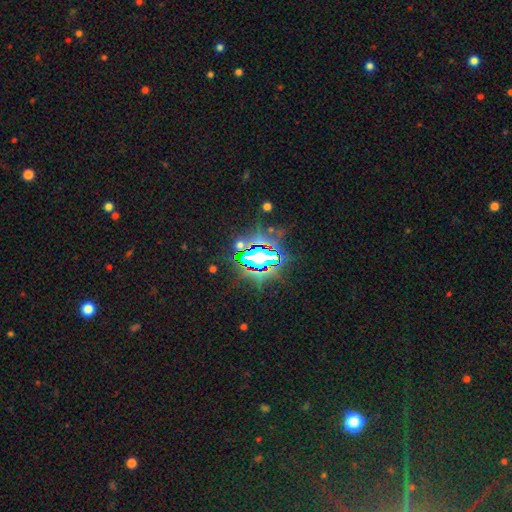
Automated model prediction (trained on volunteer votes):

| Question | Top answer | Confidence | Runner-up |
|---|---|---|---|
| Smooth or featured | star or artifact | 82% | smooth (11%) |